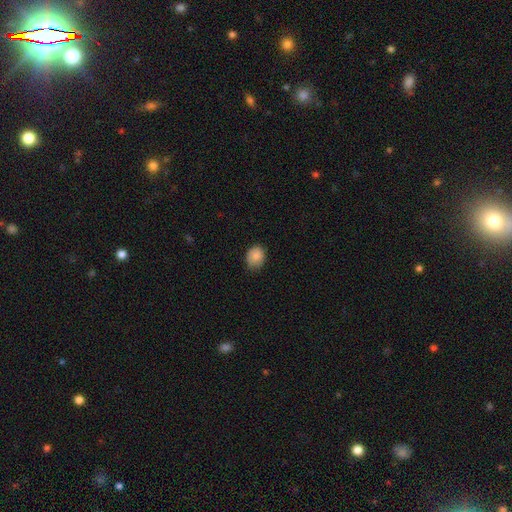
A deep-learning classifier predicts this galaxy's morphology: A smooth galaxy with no disk features (86%) that is in between round and cigar-shaped (50%, tied with round). Merging: none (74%).